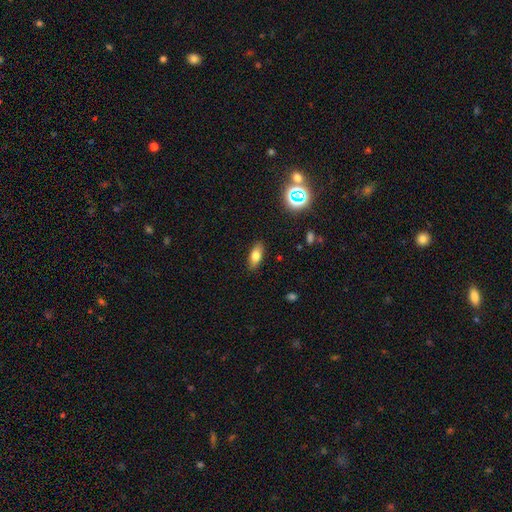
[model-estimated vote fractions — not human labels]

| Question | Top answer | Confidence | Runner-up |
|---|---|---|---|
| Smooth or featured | smooth | 74% | featured or disk (16%) |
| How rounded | in between | 80% | cigar-shaped (16%) |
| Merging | none | 87% | minor disturbance (10%) |